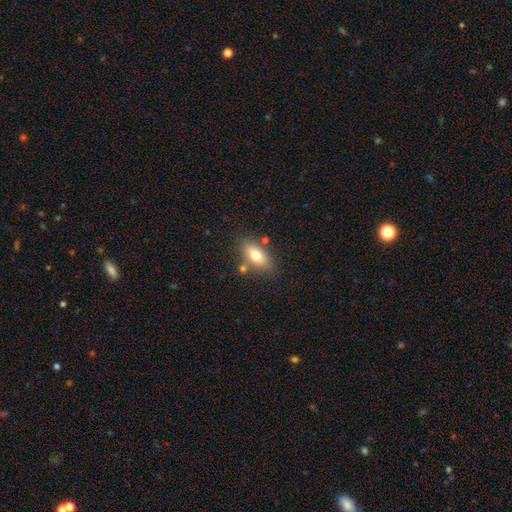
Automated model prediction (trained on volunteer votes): smooth_or_featured: smooth (p=0.73) [alt: featured or disk p=0.19]
how_rounded: in between (p=0.83) [alt: cigar-shaped p=0.12]
merging: none (p=0.73) [alt: minor disturbance p=0.14]